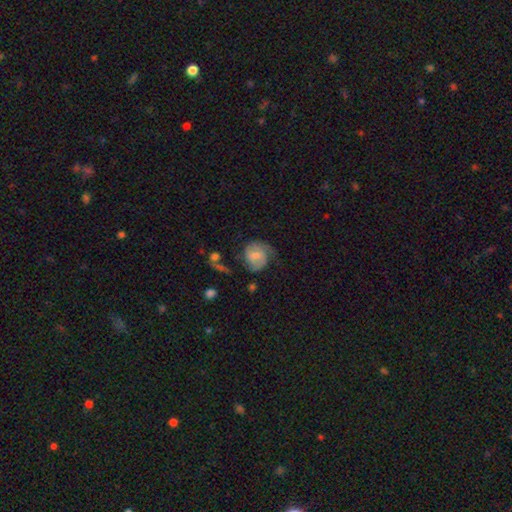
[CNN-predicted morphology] This appears to be a featured or disk galaxy (60%) with a weak bar (50%), 2 (73%) medium (43%) spiral arms (87%) and a moderate central bulge (45%). Merging: none (56%).